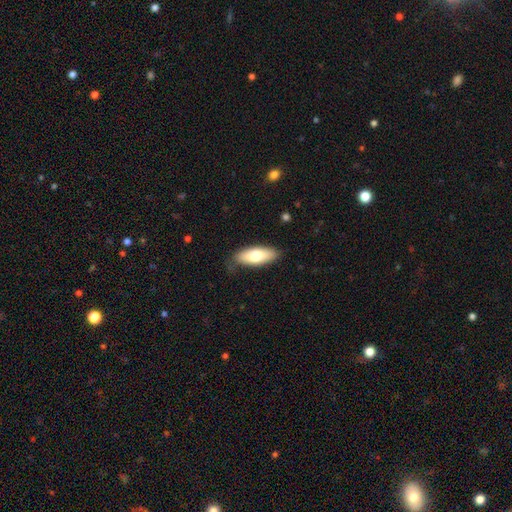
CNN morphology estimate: Smooth or featured? Predicted: smooth (p=0.71). How rounded? Predicted: in between (p=0.76). Merging? Predicted: none (p=0.81).